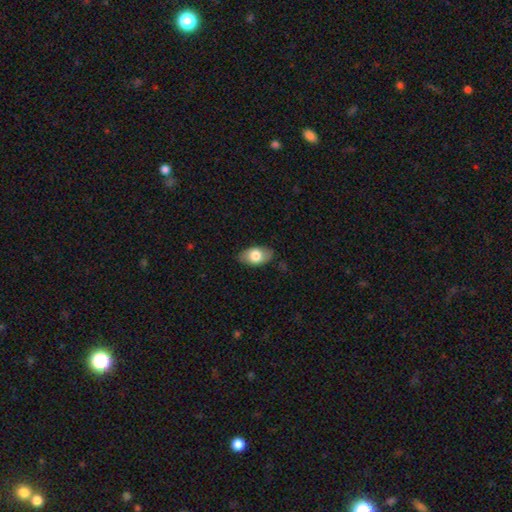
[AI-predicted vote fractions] Smooth or featured?
  - smooth: 75% *
  - featured or disk: 19%
  - star or artifact: 6%
How rounded?
  - in between: 91% *
  - round: 7%
  - cigar-shaped: 2%
Merging?
  - none: 82% *
  - minor disturbance: 14%
  - major disturbance: 3%
  - merger: 1%